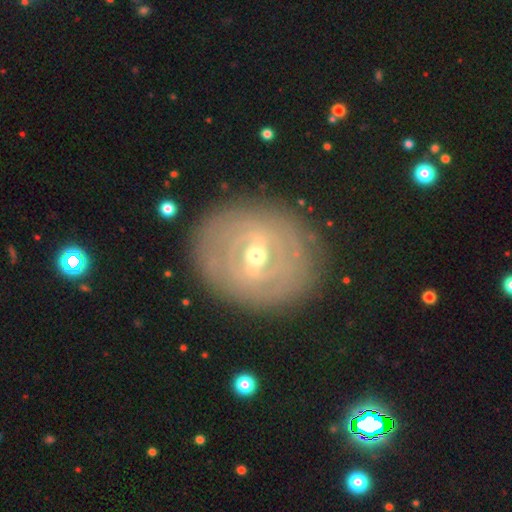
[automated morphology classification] featured or disk 81%, smooth 12%, star or artifact 7%. Down the decision tree: edge-on disk — no (93%); bar — weak (44%, tied with strong); spiral arms — yes (72%); spiral arm count — can't tell (56%); spiral winding — tight (77%); bulge size — moderate (52%); merging — none (85%).